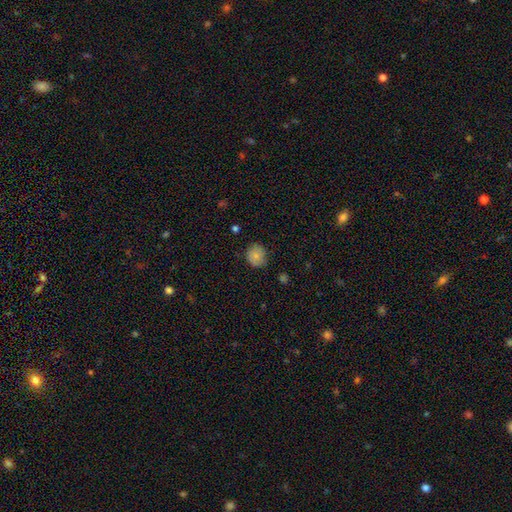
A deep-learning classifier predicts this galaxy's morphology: This is likely a smooth galaxy (78%). How rounded: clearly round (81%). Merging: likely none (73%).